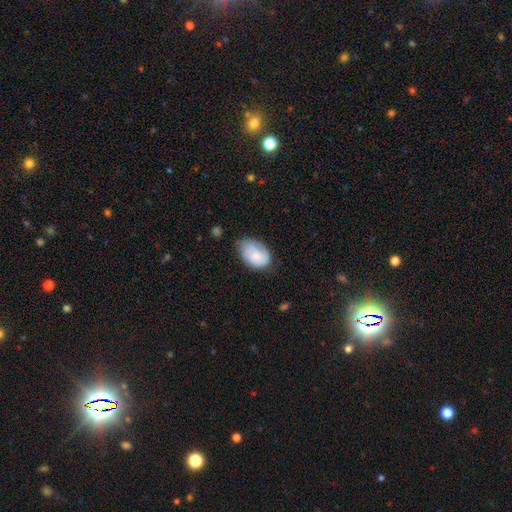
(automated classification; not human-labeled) Smooth or featured? Predicted: smooth (p=0.66). How rounded? Predicted: in between (p=0.82). Merging? Predicted: none (p=0.54).